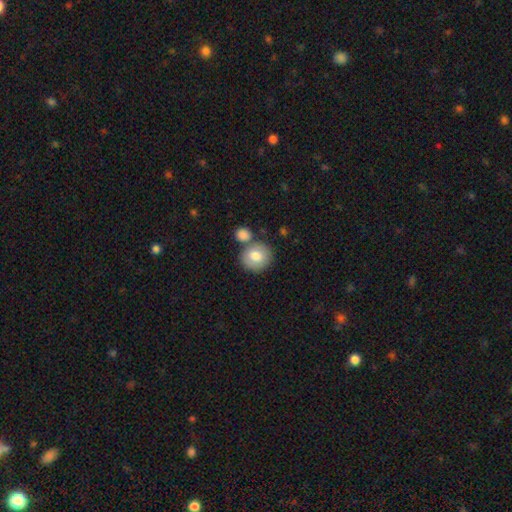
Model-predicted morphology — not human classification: This appears to be a smooth galaxy with no disk features (77%) that is round (78%). Merging: none (62%).